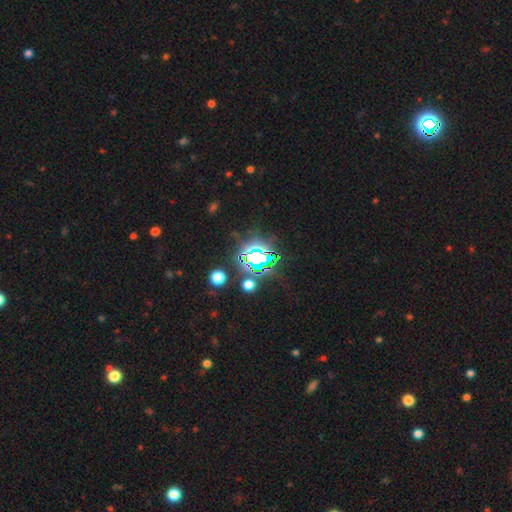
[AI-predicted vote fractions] star or artifact 77%, smooth 14%, featured or disk 9%.